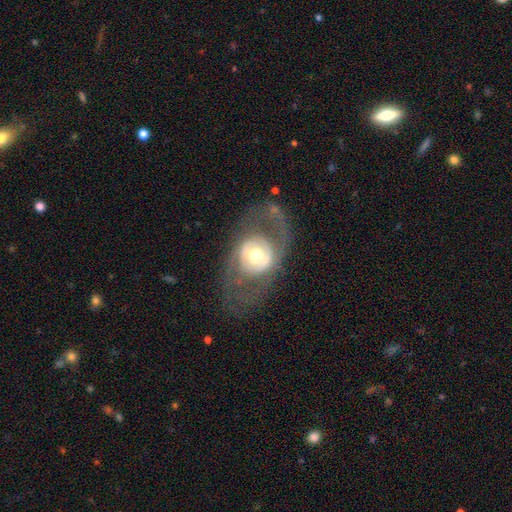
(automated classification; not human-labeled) Q: Smooth or featured?
A: featured or disk (66%); runner-up: smooth (28%)
Q: Edge-on disk?
A: no (93%); runner-up: yes (7%)
Q: Bar?
A: no (58%); runner-up: weak (27%)
Q: Spiral arms?
A: no (62%); runner-up: yes (38%)
Q: Bulge size?
A: moderate (65%); runner-up: large (22%)
Q: Merging?
A: none (63%); runner-up: major disturbance (20%)